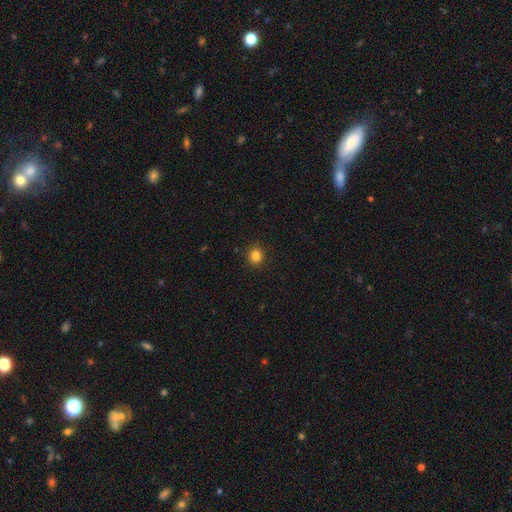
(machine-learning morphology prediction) smooth 84%, star or artifact 12%, featured or disk 4%. Down the decision tree: how rounded — round (85%); merging — none (91%).